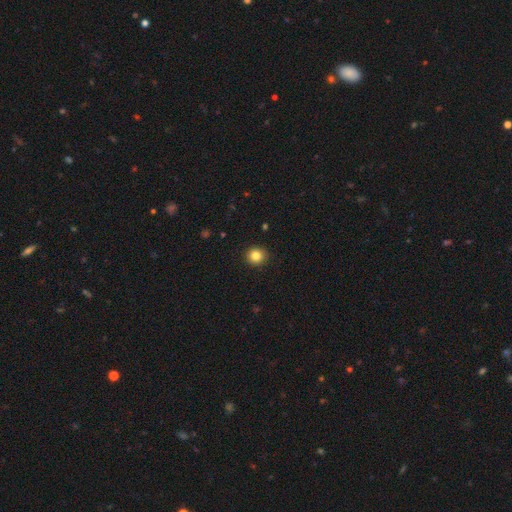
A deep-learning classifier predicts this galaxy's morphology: A smooth galaxy with no disk features (83%) that is round (90%). Merging: none (92%).